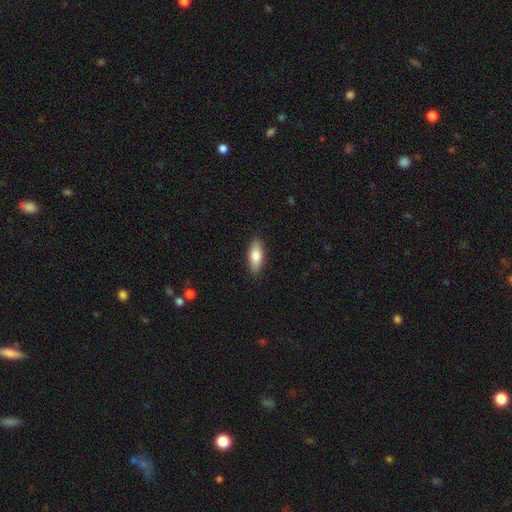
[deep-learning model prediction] Morphology: type=smooth (80%); roundness=in between (77%); merging=none (88%).